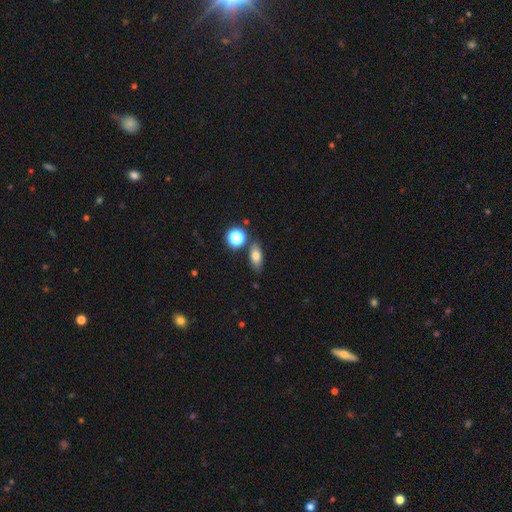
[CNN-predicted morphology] The model was most divided on "smooth or featured": smooth: 75%, featured or disk: 13%, star or artifact: 12%. More confident: merging — none (77%); how rounded — in between (76%).